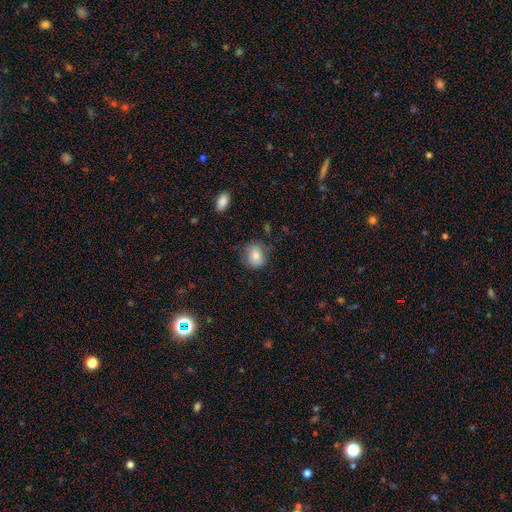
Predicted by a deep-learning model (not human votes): This is likely a smooth galaxy (76%). How rounded: likely round (70%). Merging: likely none (73%).